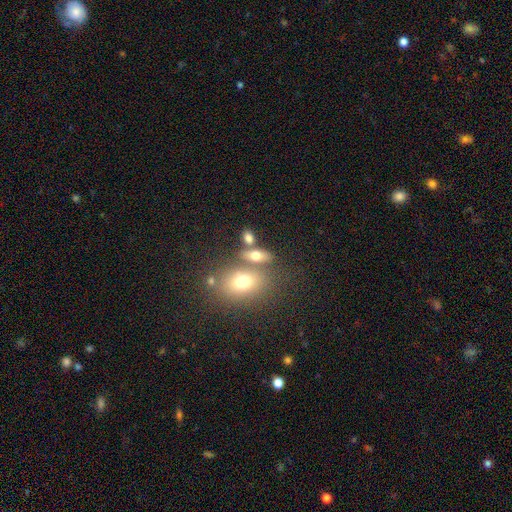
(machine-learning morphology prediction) type=smooth (63%); roundness=in between (71%); merging=none (52%).